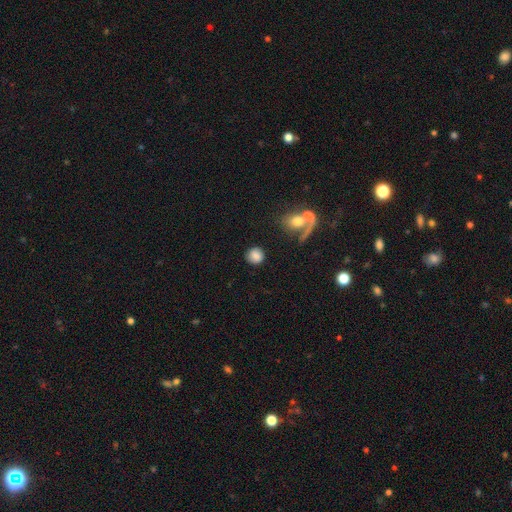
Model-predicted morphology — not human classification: Overall: smooth (82%). How rounded: round (86%). Merging: none (79%).